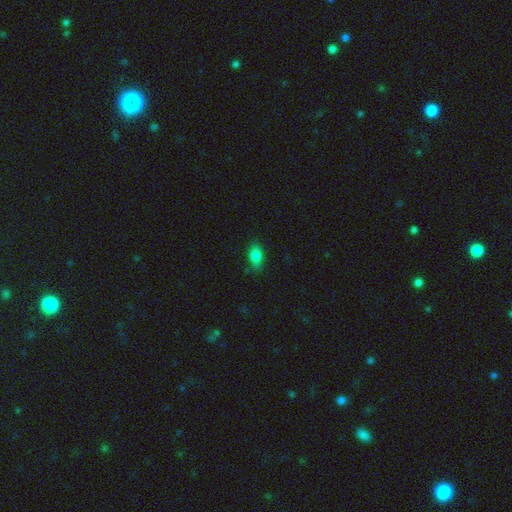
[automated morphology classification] A smooth galaxy with no disk features (83%) that is in between round and cigar-shaped (86%).

Vote fractions:
- Smooth or featured? smooth: 83% / star or artifact: 9% / featured or disk: 8%
- How rounded? in between: 86% / round: 7% / cigar-shaped: 7%
- Merging? none: 78% / minor disturbance: 17% / major disturbance: 4% / merger: 1%